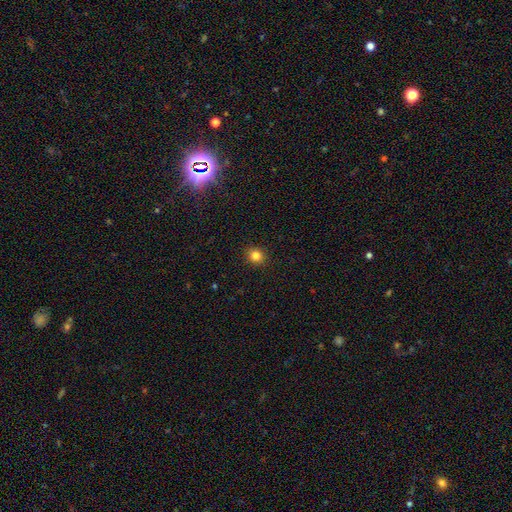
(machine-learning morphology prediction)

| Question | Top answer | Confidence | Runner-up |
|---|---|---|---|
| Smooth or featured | smooth | 83% | star or artifact (12%) |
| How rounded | round | 84% | in between (15%) |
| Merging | none | 92% | minor disturbance (5%) |